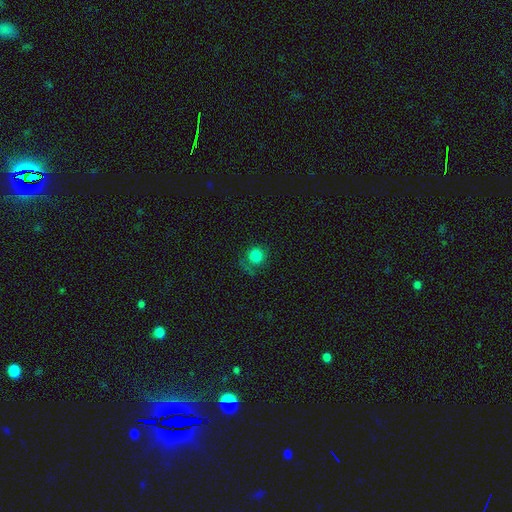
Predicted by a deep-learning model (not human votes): Q: Smooth or featured?
A: smooth (81%); runner-up: star or artifact (13%)
Q: How rounded?
A: round (91%); runner-up: in between (8%)
Q: Merging?
A: none (70%); runner-up: minor disturbance (17%)